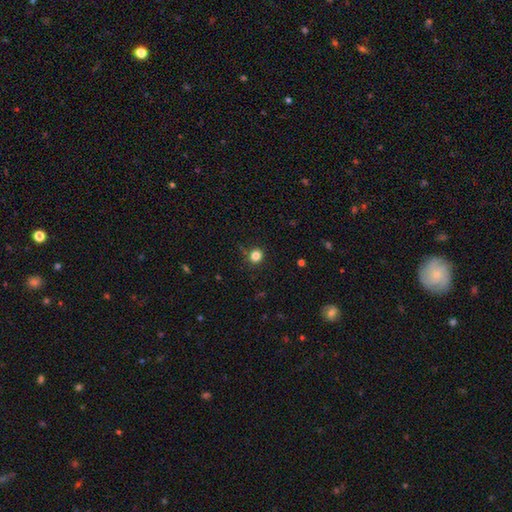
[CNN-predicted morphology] The model was most divided on "smooth or featured": smooth: 83%, star or artifact: 13%, featured or disk: 4%. More confident: how rounded — round (87%); merging — none (85%).